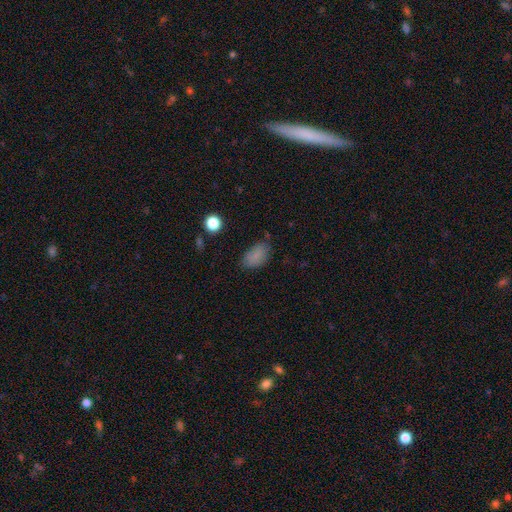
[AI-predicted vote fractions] This is clearly a smooth galaxy (82%). How rounded: clearly in between (91%). Merging: likely none (69%).